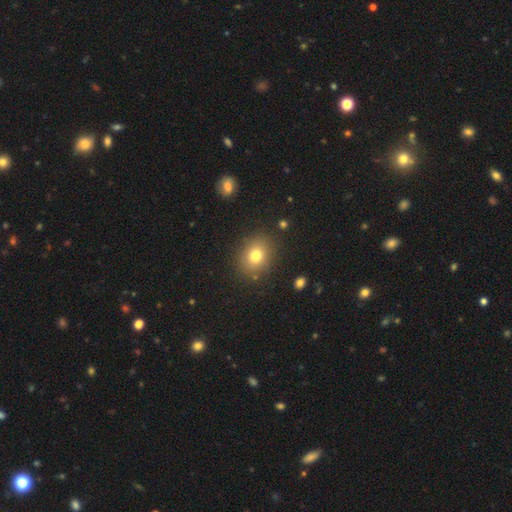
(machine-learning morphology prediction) This appears to be a smooth galaxy with no disk features (77%) that is round (60%). Merging: none (85%).